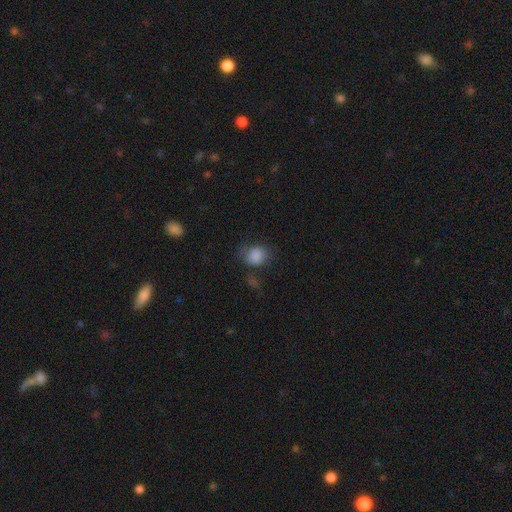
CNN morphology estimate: The model was most divided on "how rounded": round: 57%, in between: 42%, cigar-shaped: 1%. More confident: smooth or featured — smooth (83%); merging — none (50%).